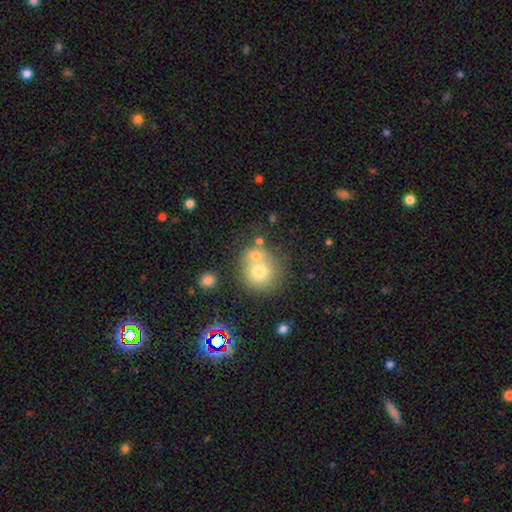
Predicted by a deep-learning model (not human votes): Smooth or featured?
  - smooth: 69% *
  - featured or disk: 18%
  - star or artifact: 13%
How rounded?
  - round: 83% *
  - in between: 16%
  - cigar-shaped: 1%
Merging?
  - merger: 46% *
  - none: 41%
  - minor disturbance: 9%
  - major disturbance: 4%